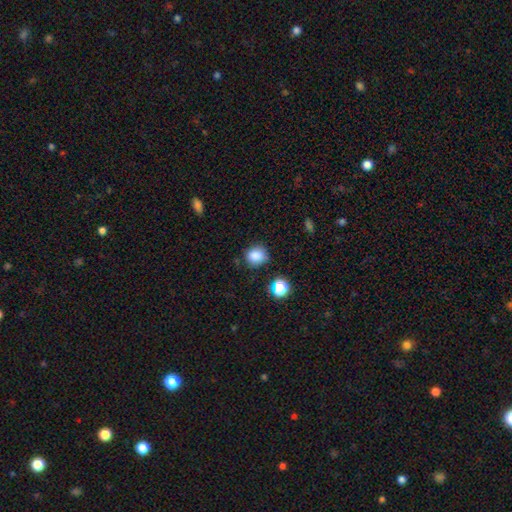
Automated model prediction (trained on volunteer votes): Smooth or featured? smooth (83%)
How rounded? round (74%)
Merging? none (76%)